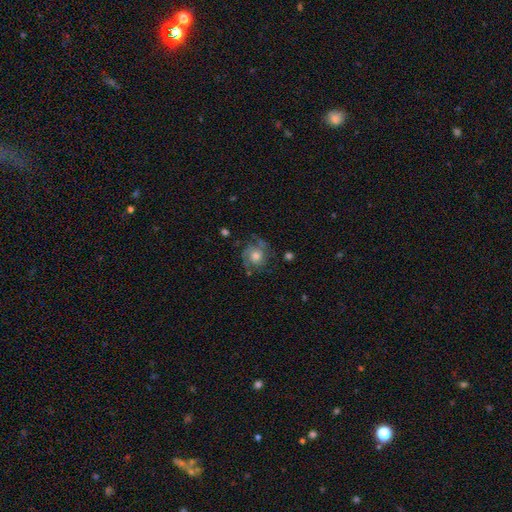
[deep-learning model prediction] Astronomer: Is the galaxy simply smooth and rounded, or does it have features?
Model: featured or disk — 65%.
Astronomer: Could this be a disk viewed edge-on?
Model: no — 97%.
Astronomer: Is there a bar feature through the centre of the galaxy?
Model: no — 80%.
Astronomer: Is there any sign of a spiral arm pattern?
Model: yes — 89%.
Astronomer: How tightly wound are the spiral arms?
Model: tight — 49% (runner-up: medium, 38%).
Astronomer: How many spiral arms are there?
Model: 2 — 30% (runner-up: can't tell, 28%).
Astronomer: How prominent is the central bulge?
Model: moderate — 59%.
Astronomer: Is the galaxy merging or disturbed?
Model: none — 68%.